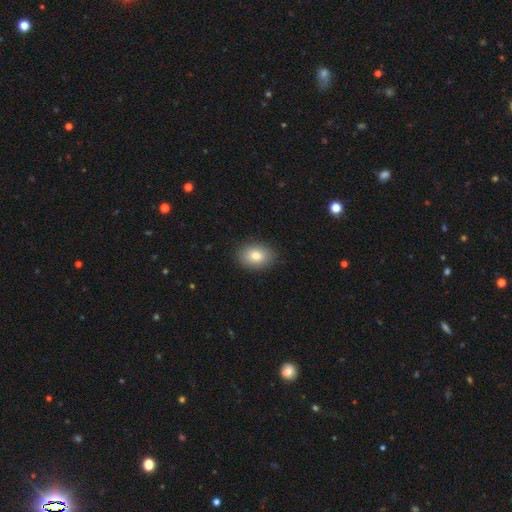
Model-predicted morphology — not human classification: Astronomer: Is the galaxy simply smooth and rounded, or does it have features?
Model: smooth — 83%.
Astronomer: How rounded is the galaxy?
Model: in between — 75%.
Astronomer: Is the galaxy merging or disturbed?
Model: none — 87%.